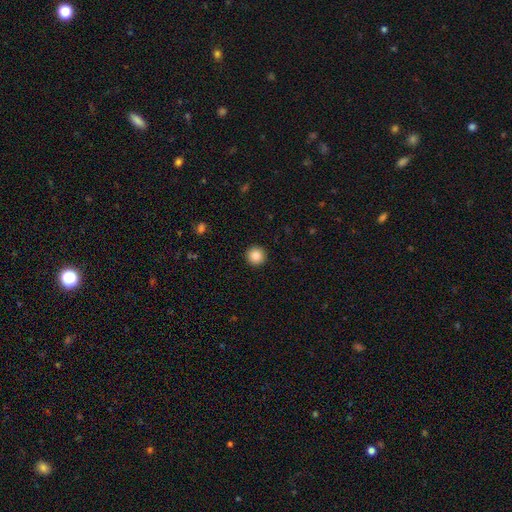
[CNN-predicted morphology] smooth 86%, star or artifact 9%, featured or disk 5%. Down the decision tree: how rounded — round (96%); merging — none (93%).